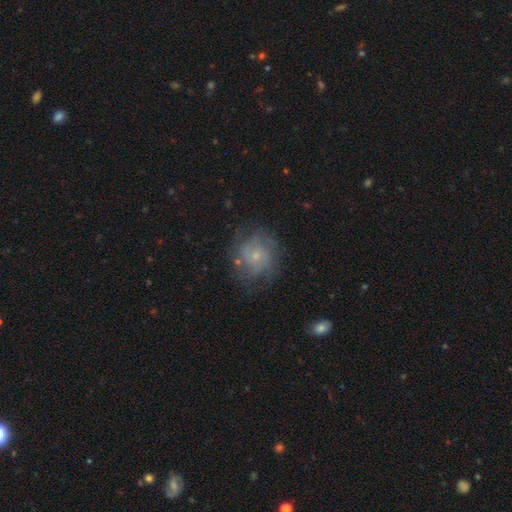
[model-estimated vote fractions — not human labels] Smooth or featured?
  - featured or disk: 61% *
  - smooth: 30%
  - star or artifact: 9%
Edge-on disk?
  - no: 98% *
  - yes: 2%
Bar?
  - no: 78% *
  - weak: 20%
  - strong: 3%
Spiral arms?
  - yes: 80% *
  - no: 20%
Bulge size?
  - small: 71% *
  - moderate: 21%
  - none: 5%
  - large: 2%
  - dominant: 1%
Merging?
  - none: 67% *
  - minor disturbance: 19%
  - major disturbance: 11%
  - merger: 3%